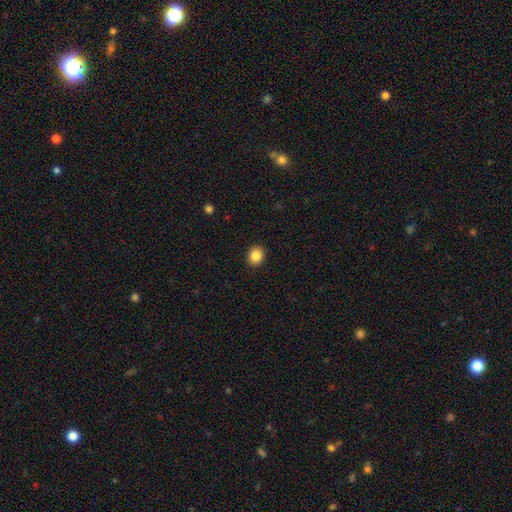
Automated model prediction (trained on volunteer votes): smooth_or_featured: smooth (p=0.86) [alt: star or artifact p=0.09]
how_rounded: round (p=0.64) [alt: in between p=0.35]
merging: none (p=0.91) [alt: minor disturbance p=0.06]